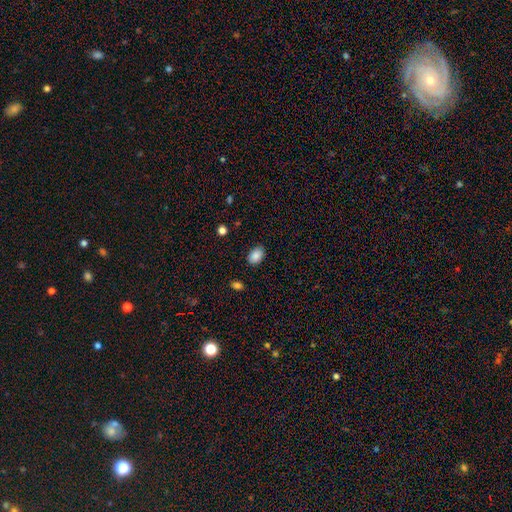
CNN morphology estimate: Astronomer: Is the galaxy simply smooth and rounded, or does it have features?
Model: smooth — 87%.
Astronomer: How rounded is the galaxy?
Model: in between — 86%.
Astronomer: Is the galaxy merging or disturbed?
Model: none — 86%.